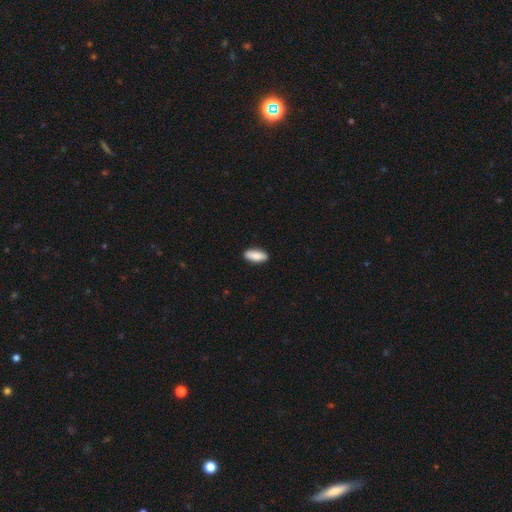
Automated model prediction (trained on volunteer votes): Q: Smooth or featured?
A: smooth (86%); runner-up: featured or disk (9%)
Q: How rounded?
A: in between (76%); runner-up: cigar-shaped (22%)
Q: Merging?
A: none (89%); runner-up: minor disturbance (8%)